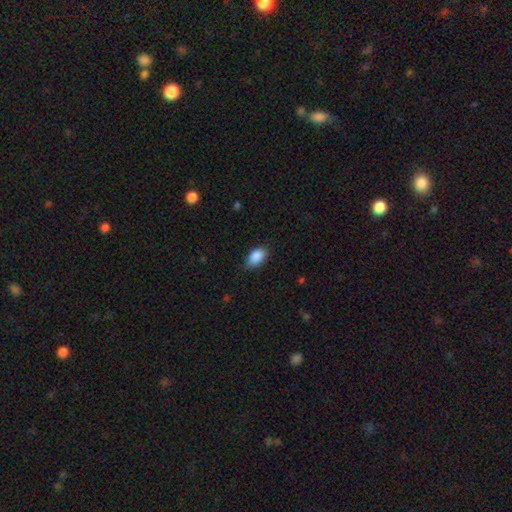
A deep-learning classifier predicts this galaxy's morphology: smooth-or-featured: smooth: 88% | star or artifact: 7% | featured or disk: 4%
  how-rounded: in between: 89% | round: 9% | cigar-shaped: 2%
  merging: none: 72% | minor disturbance: 23% | major disturbance: 4% | merger: 1%